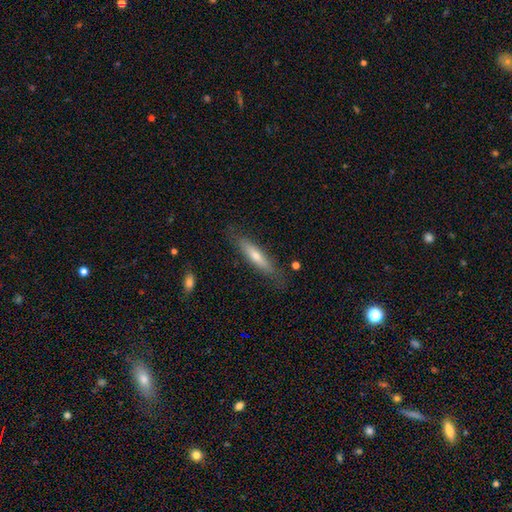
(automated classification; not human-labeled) This appears to be a smooth galaxy with no disk features (54%) that is cigar-shaped (85%). Merging: none (81%).